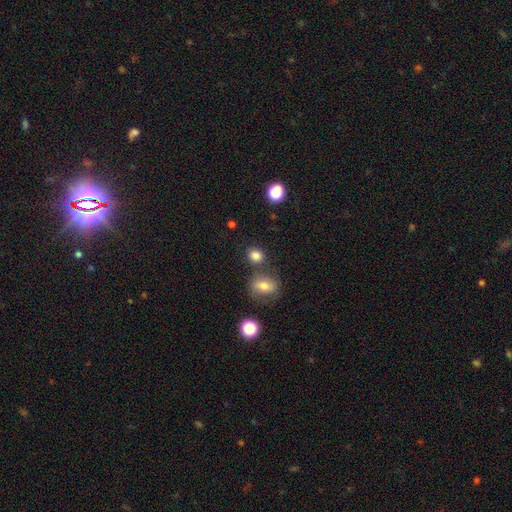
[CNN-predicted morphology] Smooth or featured? smooth (82%)
How rounded? round (71%)
Merging? none (72%)